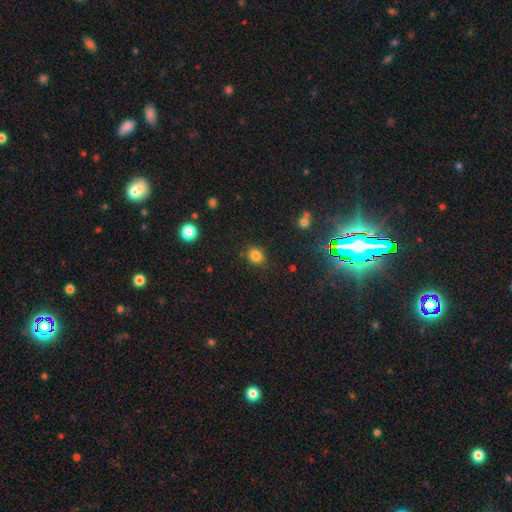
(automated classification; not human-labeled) smooth-or-featured: smooth: 82% | star or artifact: 13% | featured or disk: 5%
  how-rounded: round: 63% | in between: 36% | cigar-shaped: 1%
  merging: none: 84% | minor disturbance: 11% | major disturbance: 3% | merger: 2%